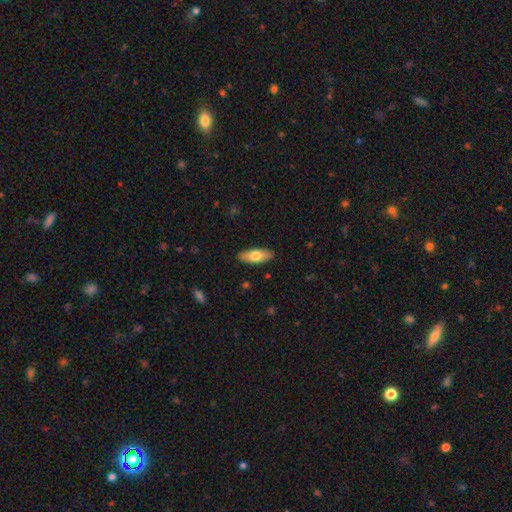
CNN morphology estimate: Overall: smooth (72%). How rounded: in between (77%). Merging: none (88%).